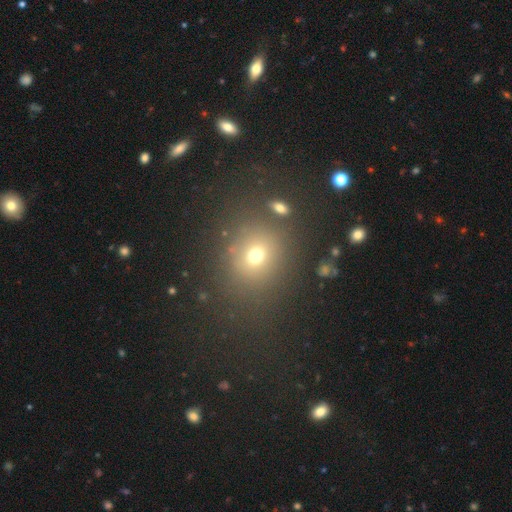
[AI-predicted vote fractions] Smooth or featured? Predicted: smooth (p=0.69). How rounded? Predicted: round (p=0.75). Merging? Predicted: none (p=0.78).